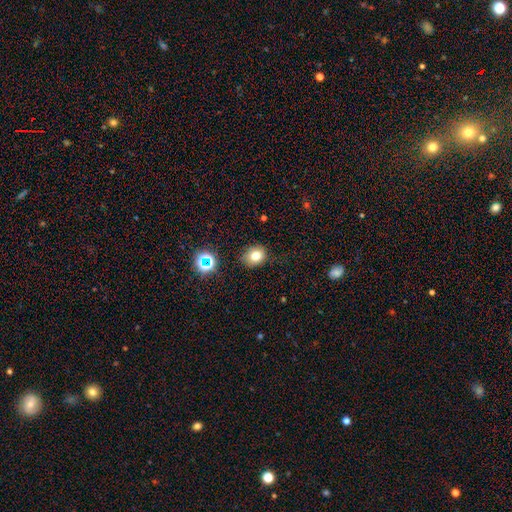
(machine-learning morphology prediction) smooth_or_featured: smooth (p=0.75) [alt: star or artifact p=0.16]
how_rounded: round (p=0.62) [alt: in between p=0.38]
merging: none (p=0.82) [alt: minor disturbance p=0.13]